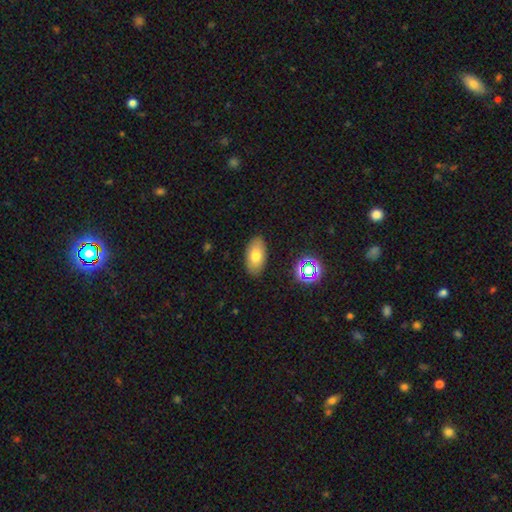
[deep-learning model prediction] Smooth or featured? smooth (75%)
How rounded? in between (93%)
Merging? none (86%)